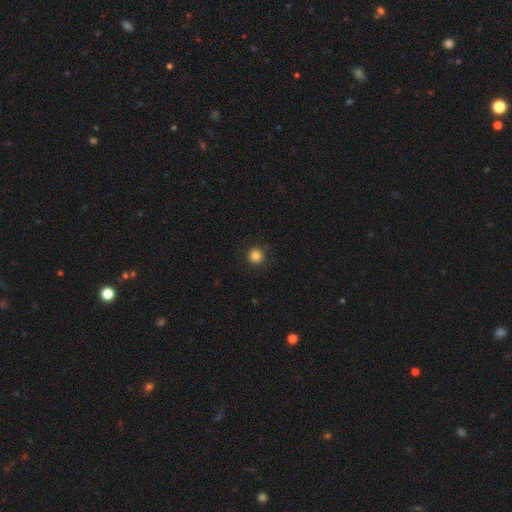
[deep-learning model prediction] A smooth galaxy with no disk features (83%) that is round (95%).

Vote fractions:
- Smooth or featured? smooth: 83% / star or artifact: 12% / featured or disk: 5%
- How rounded? round: 95% / in between: 4% / cigar-shaped: 1%
- Merging? none: 90% / minor disturbance: 7% / major disturbance: 2% / merger: 1%